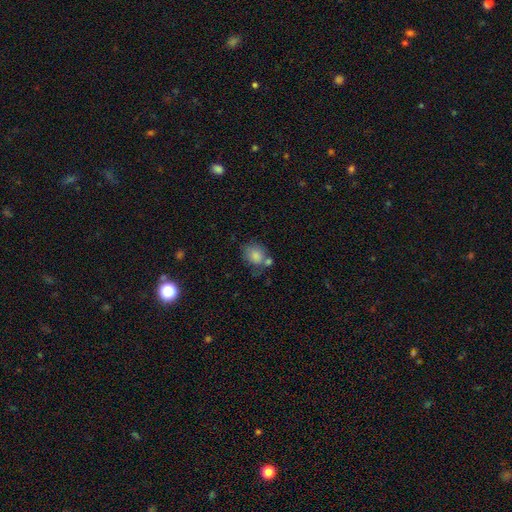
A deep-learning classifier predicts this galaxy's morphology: Smooth or featured?
  - smooth: 83% *
  - star or artifact: 9%
  - featured or disk: 9%
How rounded?
  - round: 59% *
  - in between: 40%
  - cigar-shaped: 1%
Merging?
  - none: 51% *
  - merger: 22%
  - minor disturbance: 19%
  - major disturbance: 8%